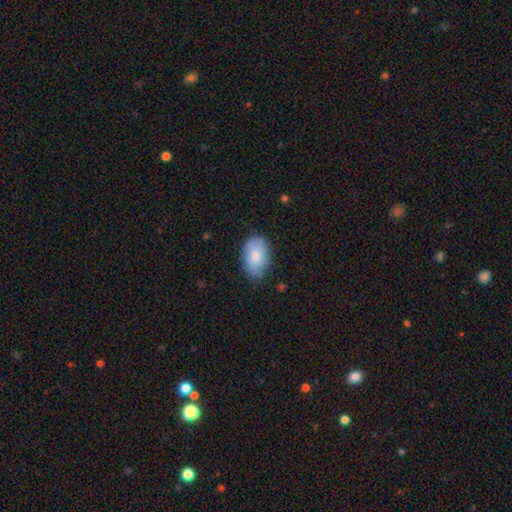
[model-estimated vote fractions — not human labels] This appears to be a smooth galaxy with no disk features (73%) that is in between round and cigar-shaped (88%). Merging: none (72%).